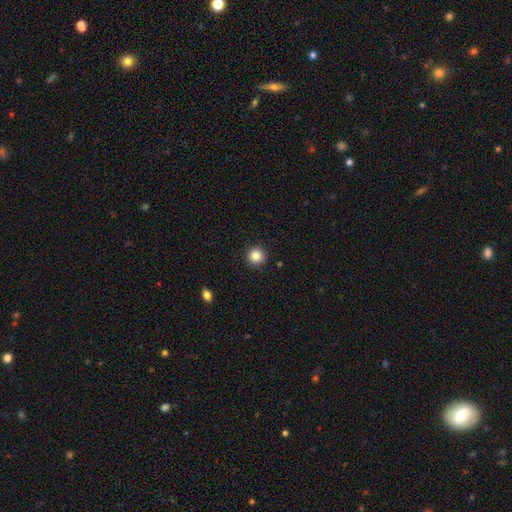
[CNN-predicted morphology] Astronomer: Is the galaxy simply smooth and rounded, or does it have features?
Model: smooth — 86%.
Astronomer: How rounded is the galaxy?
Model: round — 95%.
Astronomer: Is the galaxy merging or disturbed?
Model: none — 92%.